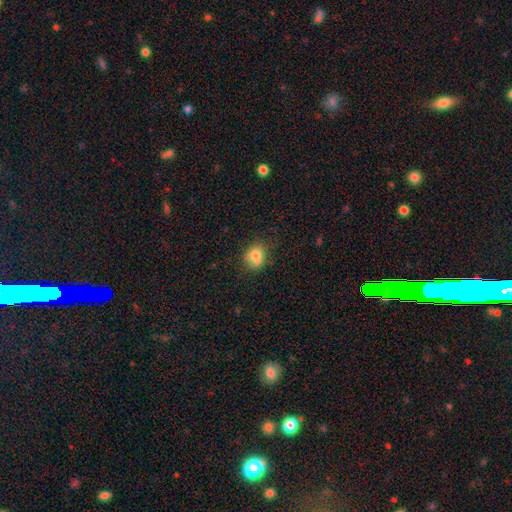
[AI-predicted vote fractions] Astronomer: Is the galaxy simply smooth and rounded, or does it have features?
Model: smooth — 80%.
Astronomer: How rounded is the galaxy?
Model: round — 54% (runner-up: in between, 45%).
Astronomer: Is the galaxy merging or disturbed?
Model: none — 73%.